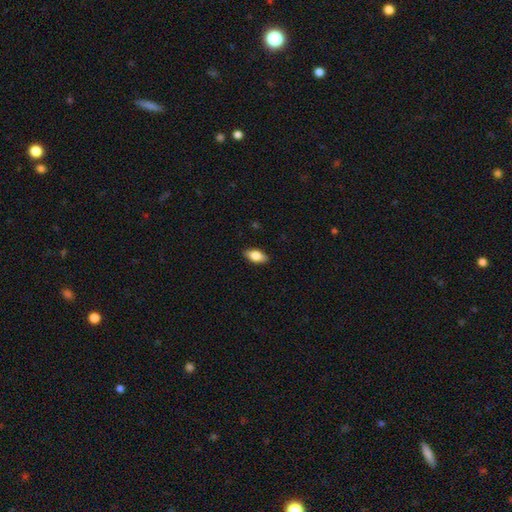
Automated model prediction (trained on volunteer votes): A smooth galaxy with no disk features (82%) that is in between round and cigar-shaped (90%).

Vote fractions:
- Smooth or featured? smooth: 82% / featured or disk: 12% / star or artifact: 7%
- How rounded? in between: 90% / cigar-shaped: 7% / round: 3%
- Merging? none: 89% / minor disturbance: 9% / major disturbance: 2% / merger: 1%